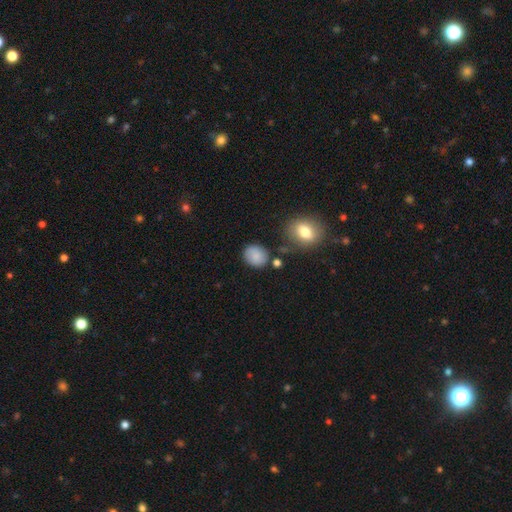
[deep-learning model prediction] Smooth or featured? smooth (85%)
How rounded? round (67%)
Merging? none (77%)